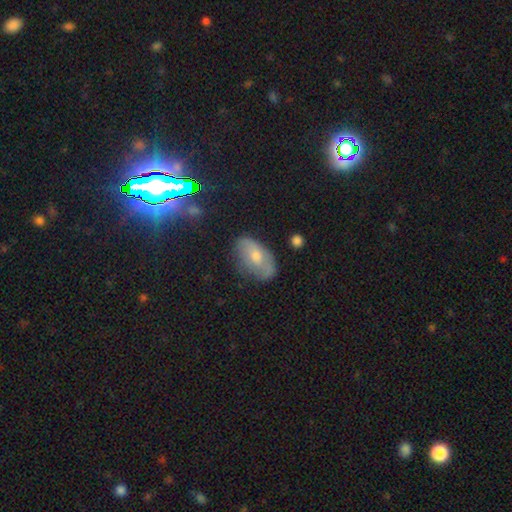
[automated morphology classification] smooth_or_featured: smooth (p=0.45) [alt: featured or disk p=0.38]
merging: none (p=0.67) [alt: minor disturbance p=0.24]